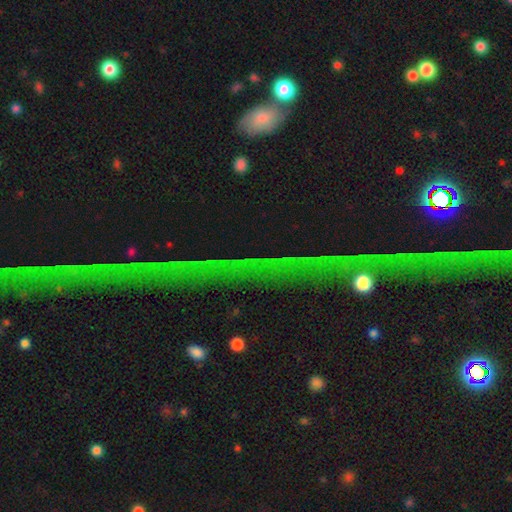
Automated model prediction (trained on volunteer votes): Morphology: type=star or artifact (72%).